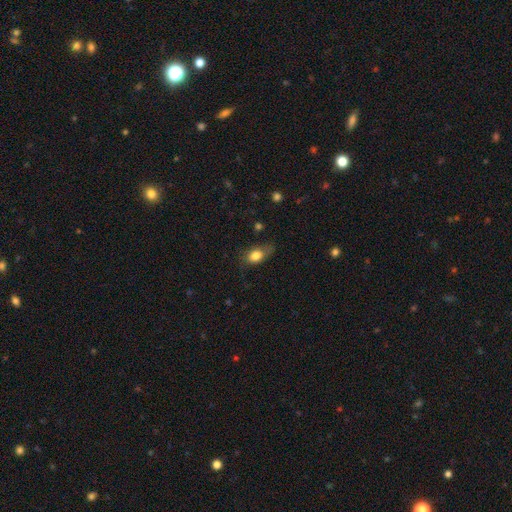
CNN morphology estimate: A smooth galaxy with no disk features (80%) that is in between round and cigar-shaped (80%).

Vote fractions:
- Smooth or featured? smooth: 80% / featured or disk: 12% / star or artifact: 8%
- How rounded? in between: 80% / round: 15% / cigar-shaped: 5%
- Merging? none: 58% / minor disturbance: 29% / major disturbance: 11% / merger: 2%